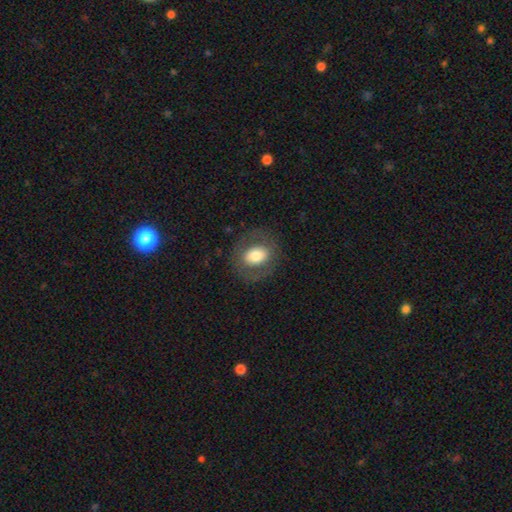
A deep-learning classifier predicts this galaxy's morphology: A smooth galaxy with no disk features (67%) that is in between round and cigar-shaped (52%). Merging: none (78%).